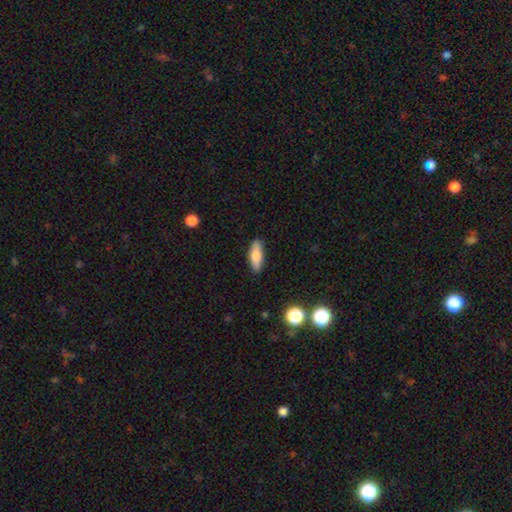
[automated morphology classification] Q: Smooth or featured?
A: smooth (75%); runner-up: featured or disk (18%)
Q: How rounded?
A: in between (60%); runner-up: cigar-shaped (37%)
Q: Merging?
A: none (87%); runner-up: minor disturbance (10%)